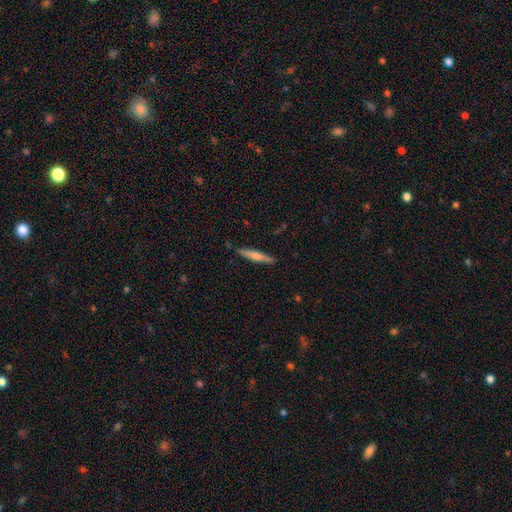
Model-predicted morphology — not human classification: Overall: smooth (49%; featured or disk 46%). Merging: none (89%).